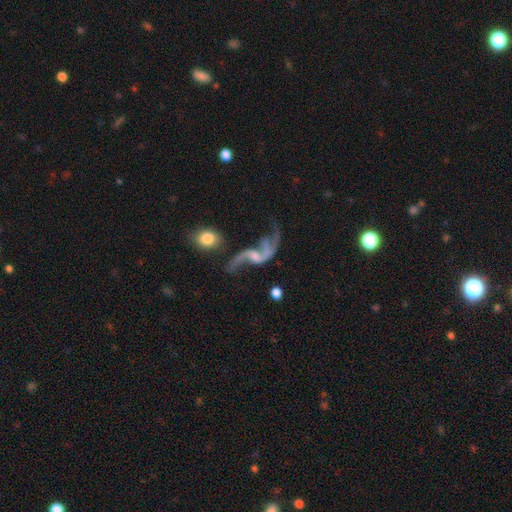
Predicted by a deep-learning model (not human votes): Morphology: type=featured or disk (86%); edge-on=no (95%); bar=no (46%); spiral arms=yes (93%); winding=loose (91%); arm count=2 (90%); bulge=small (50%); merging=none (44%).